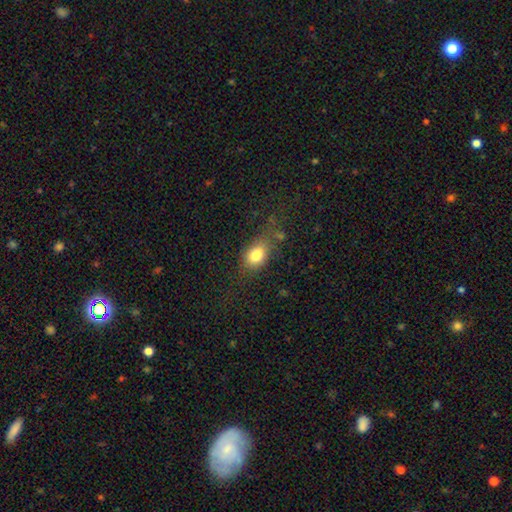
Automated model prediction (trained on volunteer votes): Q: Smooth or featured?
A: smooth (81%); runner-up: star or artifact (10%)
Q: How rounded?
A: in between (74%); runner-up: round (24%)
Q: Merging?
A: none (61%); runner-up: minor disturbance (23%)